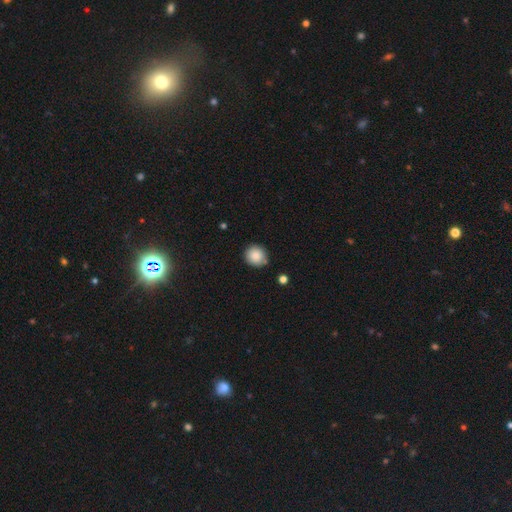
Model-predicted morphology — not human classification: Smooth or featured? smooth (87%)
How rounded? round (89%)
Merging? none (84%)